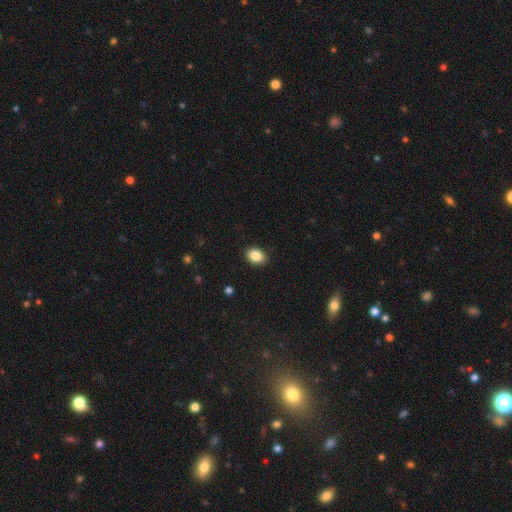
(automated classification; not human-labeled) Smooth or featured? Predicted: smooth (p=0.87). How rounded? Predicted: in between (p=0.76). Merging? Predicted: none (p=0.89).